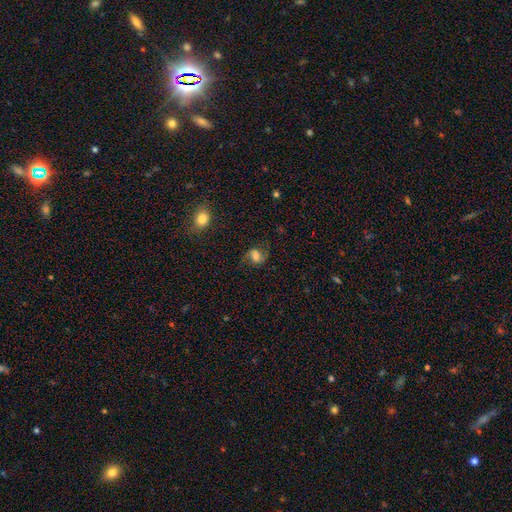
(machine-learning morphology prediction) This is possibly a featured or disk galaxy (49%). Merging: likely none (70%).